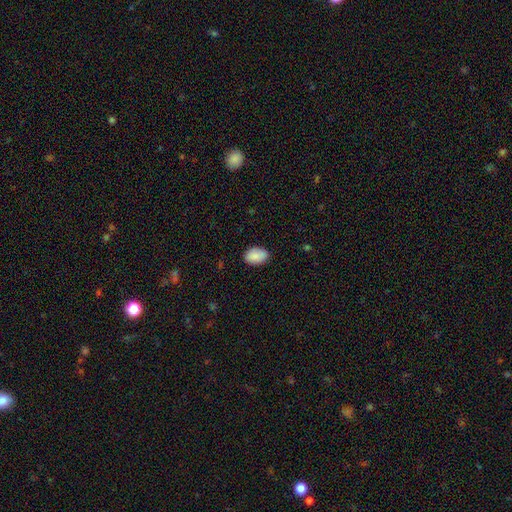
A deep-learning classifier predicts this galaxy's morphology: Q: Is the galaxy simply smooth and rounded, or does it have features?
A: smooth — 88%.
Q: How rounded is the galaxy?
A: in between — 88%.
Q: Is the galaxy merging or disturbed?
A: none — 85%.